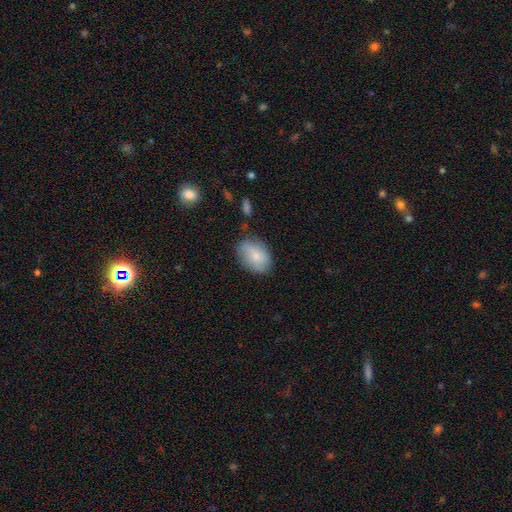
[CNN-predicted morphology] A smooth galaxy with no disk features (77%) that is in between round and cigar-shaped (85%).

Vote fractions:
- Smooth or featured? smooth: 77% / featured or disk: 16% / star or artifact: 7%
- How rounded? in between: 85% / round: 14% / cigar-shaped: 1%
- Merging? none: 70% / minor disturbance: 22% / major disturbance: 5% / merger: 3%